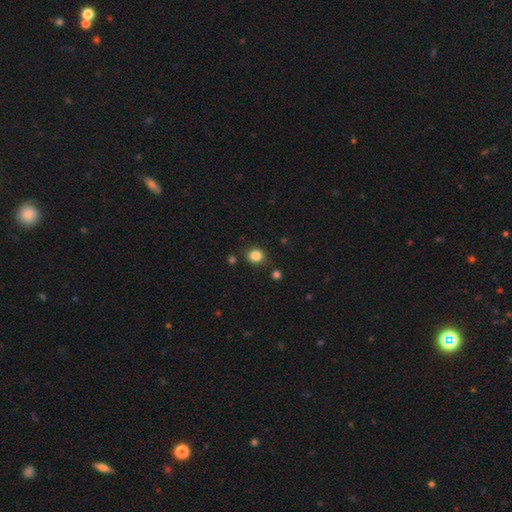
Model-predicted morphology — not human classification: Smooth or featured? smooth (84%)
How rounded? round (74%)
Merging? none (83%)